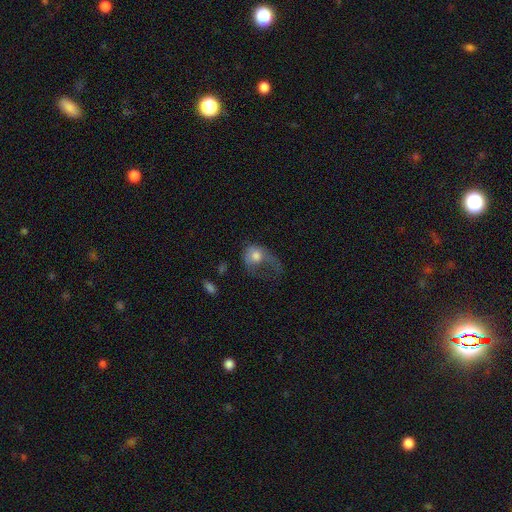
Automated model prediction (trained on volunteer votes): A smooth galaxy with no disk features (64%) that is in between round and cigar-shaped (51%).

Vote fractions:
- Smooth or featured? smooth: 64% / featured or disk: 28% / star or artifact: 8%
- How rounded? in between: 51% / round: 47% / cigar-shaped: 2%
- Merging? major disturbance: 68% / minor disturbance: 15% / none: 13% / merger: 3%